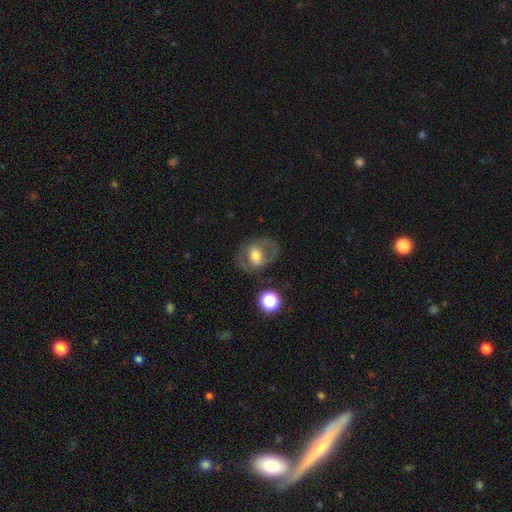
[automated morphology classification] A featured or disk galaxy (47%). Merging: none (67%).